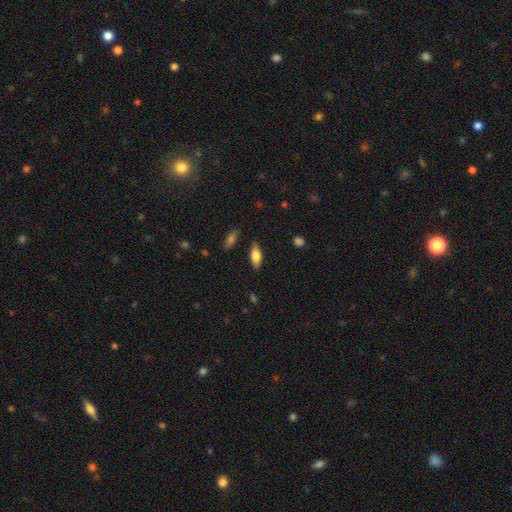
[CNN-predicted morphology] Smooth or featured: smooth — 69% (featured or disk — 24%)
How rounded: in between — 80% (cigar-shaped — 17%)
Merging: none — 84% (minor disturbance — 11%)